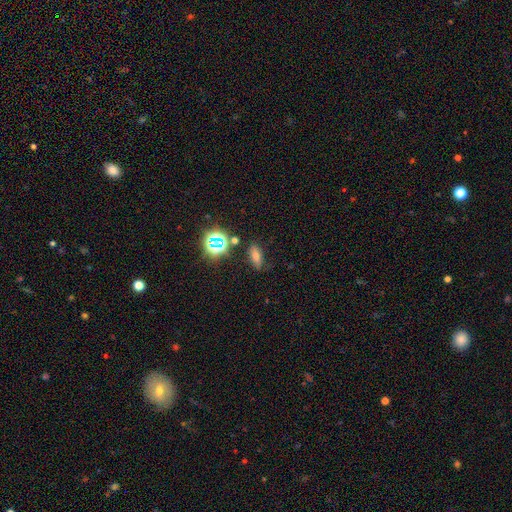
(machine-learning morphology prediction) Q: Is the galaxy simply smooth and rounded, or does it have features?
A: smooth — 56%.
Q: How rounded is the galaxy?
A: in between — 67%.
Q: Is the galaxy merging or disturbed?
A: none — 79%.